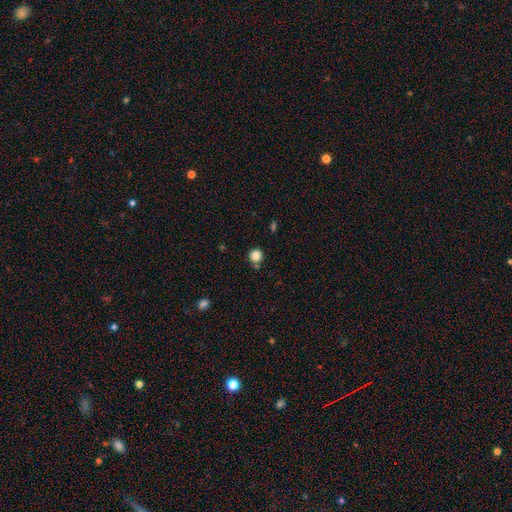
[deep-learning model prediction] Smooth or featured?
  - smooth: 84% *
  - star or artifact: 11%
  - featured or disk: 4%
How rounded?
  - round: 93% *
  - in between: 6%
  - cigar-shaped: 1%
Merging?
  - none: 79% *
  - minor disturbance: 10%
  - merger: 8%
  - major disturbance: 3%